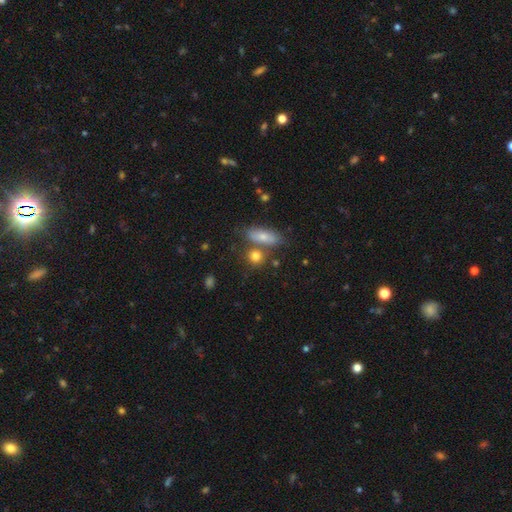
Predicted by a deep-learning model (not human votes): Smooth or featured?
  - smooth: 79% *
  - featured or disk: 11%
  - star or artifact: 10%
How rounded?
  - round: 67% *
  - in between: 26%
  - cigar-shaped: 8%
Merging?
  - none: 63% *
  - merger: 22%
  - minor disturbance: 11%
  - major disturbance: 4%